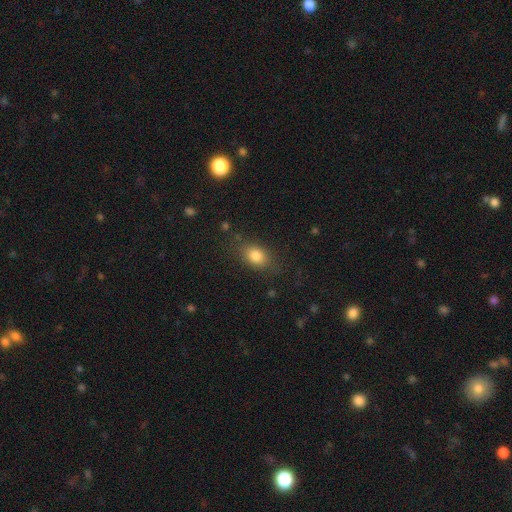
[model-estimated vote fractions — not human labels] smooth-or-featured: smooth: 82% | star or artifact: 9% | featured or disk: 8%
  how-rounded: in between: 77% | round: 20% | cigar-shaped: 3%
  merging: none: 77% | minor disturbance: 16% | major disturbance: 6% | merger: 2%